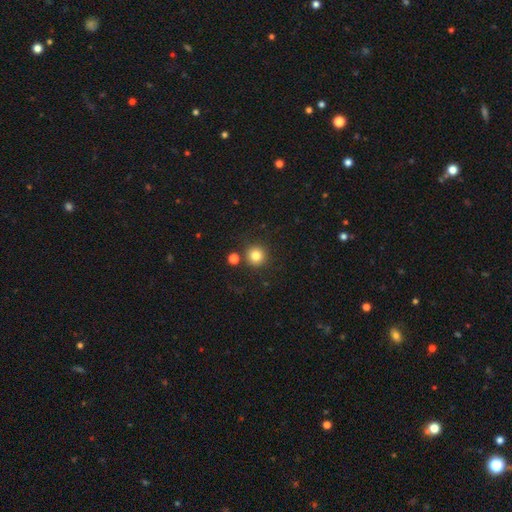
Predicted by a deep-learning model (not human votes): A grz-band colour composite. It shows a smooth galaxy with no disk features (82%) that is round (95%). Merging: none (84%).